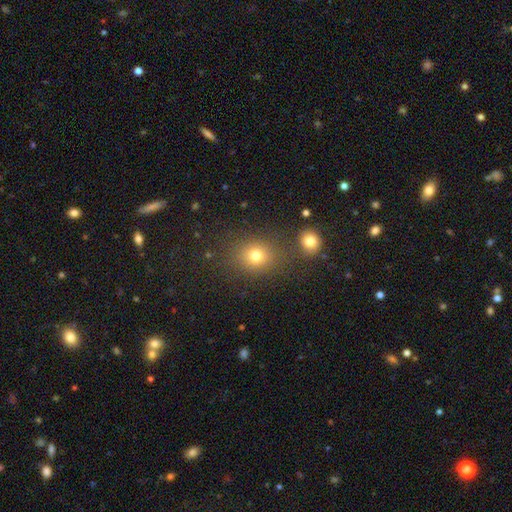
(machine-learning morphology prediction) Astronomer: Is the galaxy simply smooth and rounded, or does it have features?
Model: smooth — 76%.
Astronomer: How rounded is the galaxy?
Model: round — 72%.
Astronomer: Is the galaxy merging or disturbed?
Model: none — 75%.